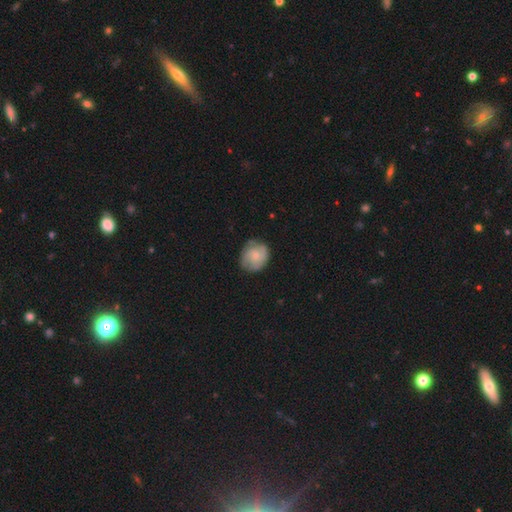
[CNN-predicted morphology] This appears to be a smooth galaxy with no disk features (57%) that is round (72%). Merging: none (71%).